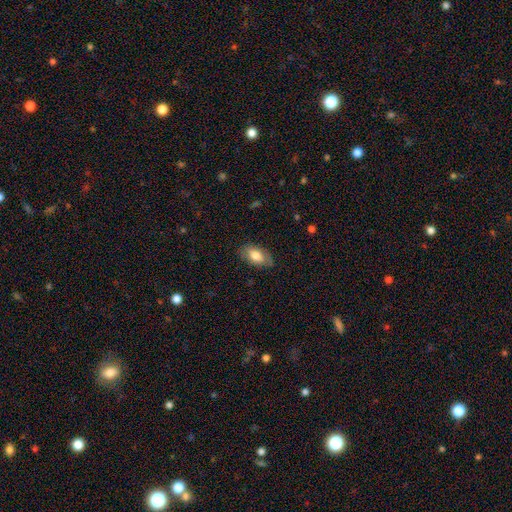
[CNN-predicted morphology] Smooth or featured? Predicted: smooth (p=0.73). How rounded? Predicted: in between (p=0.93). Merging? Predicted: none (p=0.78).